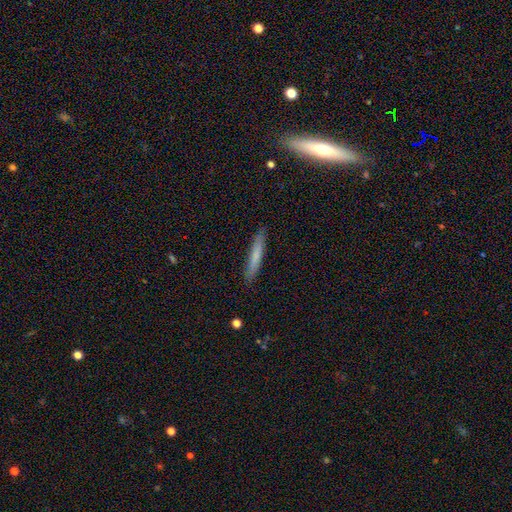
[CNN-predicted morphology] This is likely a smooth galaxy (70%). How rounded: clearly cigar-shaped (95%). Merging: clearly none (90%).